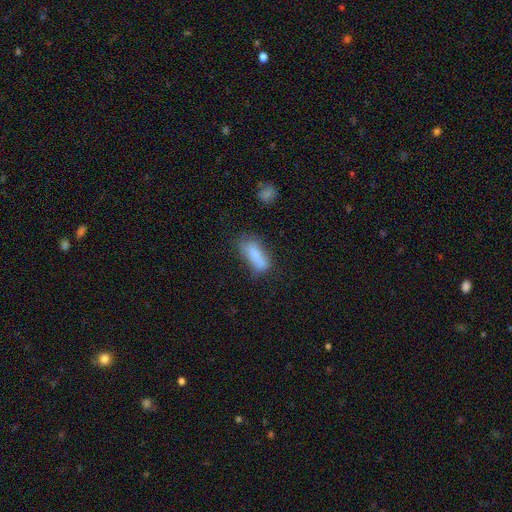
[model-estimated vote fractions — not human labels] Overall: smooth (77%). How rounded: in between (71%). Merging: none (44%; minor disturbance 28%).